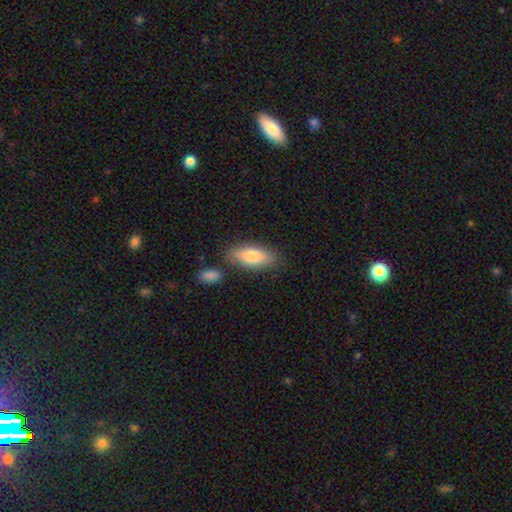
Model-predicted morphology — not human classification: The model was most divided on "how rounded": in between: 74%, cigar-shaped: 24%, round: 3%. More confident: smooth or featured — smooth (79%); merging — none (75%).